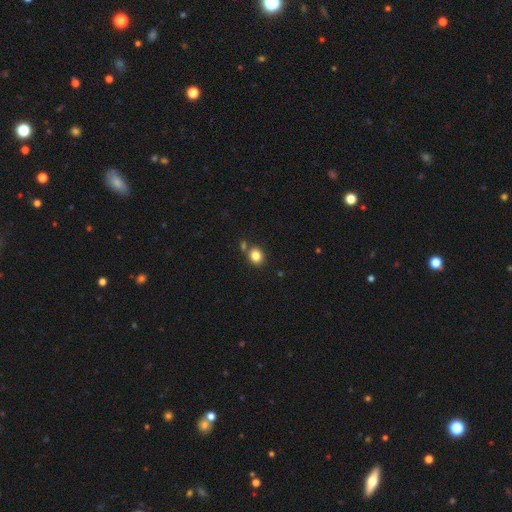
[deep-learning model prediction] Q: Smooth or featured?
A: smooth (83%); runner-up: star or artifact (11%)
Q: How rounded?
A: round (70%); runner-up: in between (29%)
Q: Merging?
A: none (72%); runner-up: merger (15%)